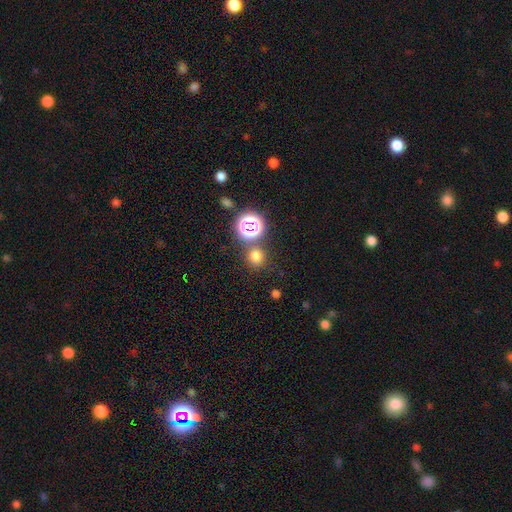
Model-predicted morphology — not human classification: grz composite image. It shows a smooth galaxy with no disk features (70%) that is round (89%). Merging: none (78%).